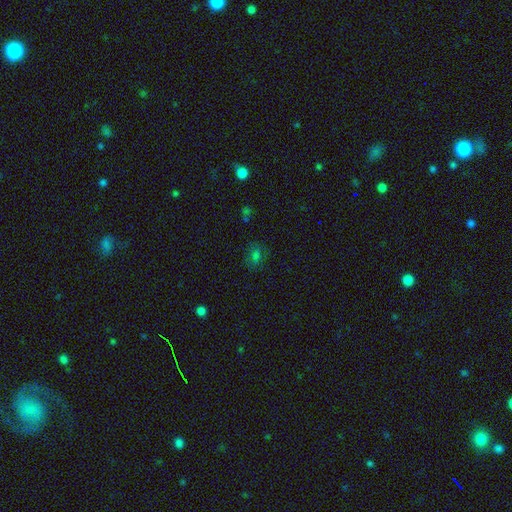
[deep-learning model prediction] Q: Smooth or featured?
A: smooth (63%); runner-up: star or artifact (27%)
Q: How rounded?
A: in between (73%); runner-up: round (24%)
Q: Merging?
A: none (72%); runner-up: minor disturbance (18%)